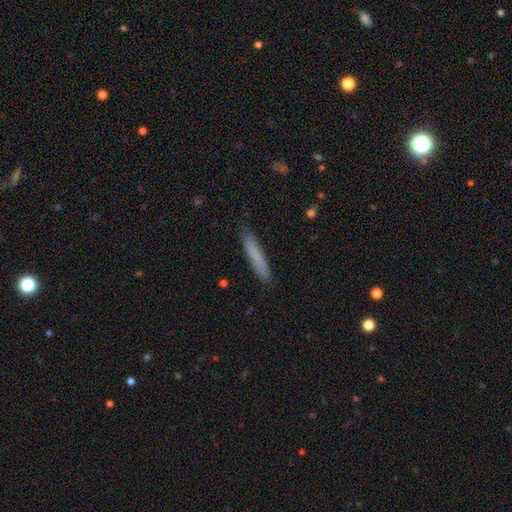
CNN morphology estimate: This appears to be a smooth galaxy with no disk features (78%) that is cigar-shaped (91%). Merging: none (87%).